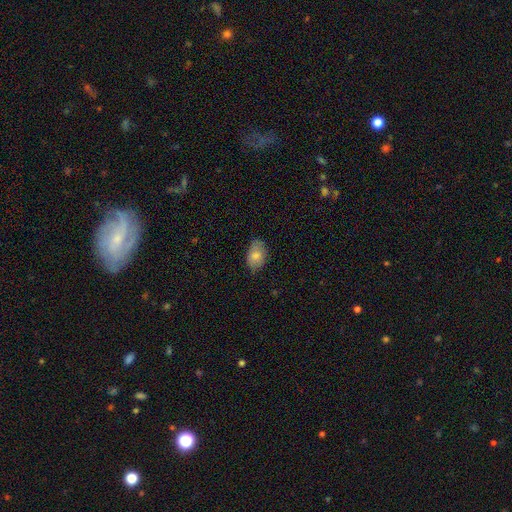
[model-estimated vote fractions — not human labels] A smooth galaxy with no disk features (79%) that is in between round and cigar-shaped (89%). Merging: none (71%).